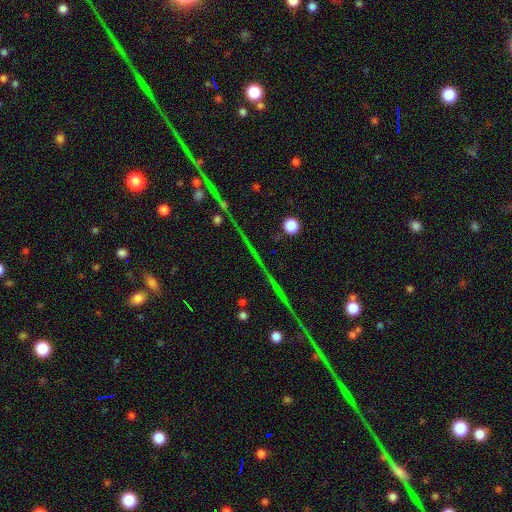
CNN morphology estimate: Smooth or featured?
  - star or artifact: 68% *
  - featured or disk: 20%
  - smooth: 13%